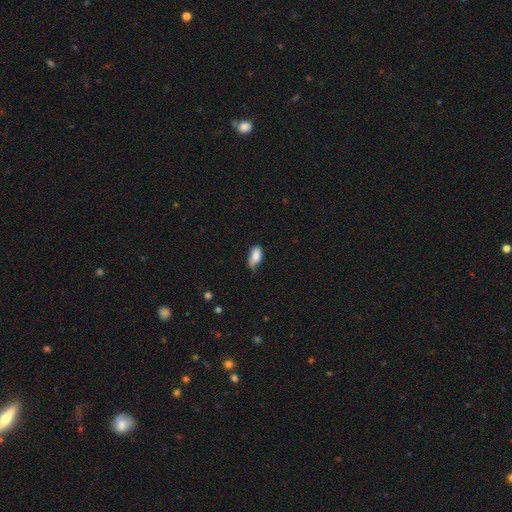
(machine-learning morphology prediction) This is clearly a smooth galaxy (84%). How rounded: clearly in between (89%). Merging: possibly none (49%).